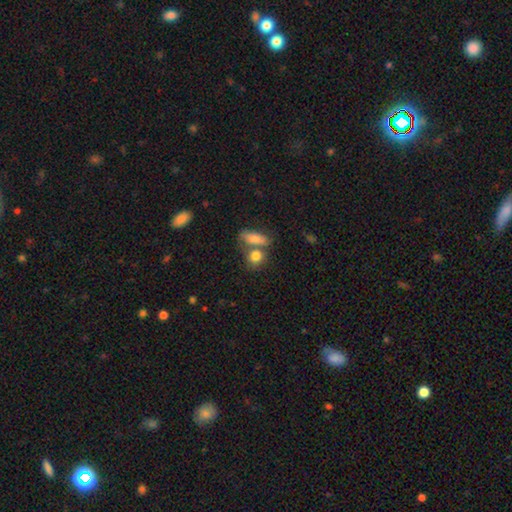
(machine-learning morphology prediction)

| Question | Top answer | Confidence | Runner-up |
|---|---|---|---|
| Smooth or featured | smooth | 82% | featured or disk (9%) |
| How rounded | round | 51% | in between (44%) |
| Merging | none | 44% | merger (40%) |